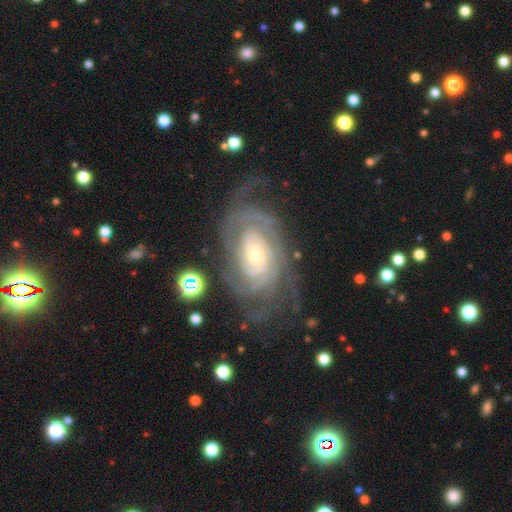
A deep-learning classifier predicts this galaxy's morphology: smooth-or-featured: featured or disk: 89% | smooth: 6% | star or artifact: 5%
  disk-edge-on: no: 96% | yes: 4%
    bar: no: 64% | weak: 26% | strong: 9%
    has-spiral-arms: yes: 97% | no: 3%
      spiral-winding: tight: 76% | medium: 19% | loose: 4%
      spiral-arm-count: can't tell: 32% | 2: 25% | 3: 17% | 4: 13% | more than 4: 8% | 1: 6%
    bulge-size: moderate: 46% | small: 44% | large: 7% | none: 2% | dominant: 1%
  merging: none: 70% | minor disturbance: 18% | major disturbance: 10% | merger: 2%